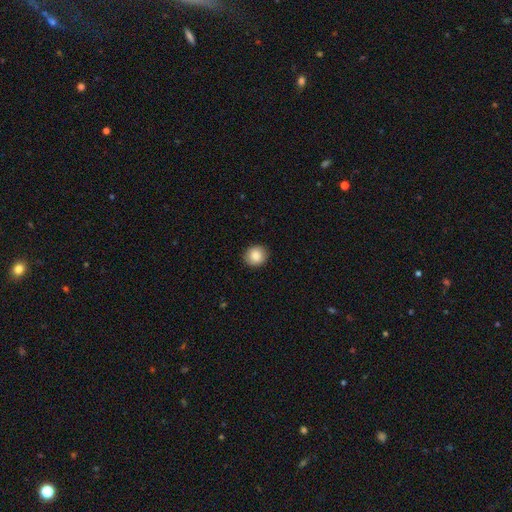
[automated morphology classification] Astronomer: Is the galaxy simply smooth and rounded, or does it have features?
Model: smooth — 86%.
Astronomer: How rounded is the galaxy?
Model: round — 84%.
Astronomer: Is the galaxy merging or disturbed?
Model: none — 90%.